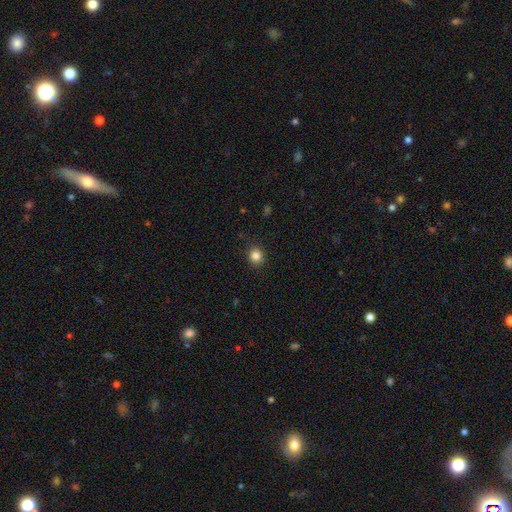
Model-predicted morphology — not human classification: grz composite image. It shows a smooth galaxy with no disk features (83%) that is round (86%). Merging: none (91%).